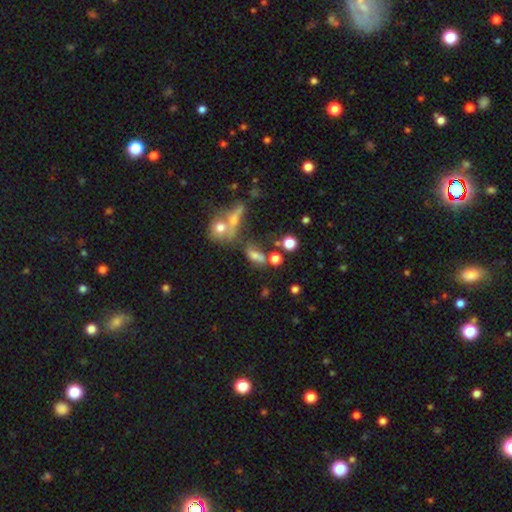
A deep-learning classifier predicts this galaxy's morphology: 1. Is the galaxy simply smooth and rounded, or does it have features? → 61% smooth, 20% featured or disk, 18% star or artifact.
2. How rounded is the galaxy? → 66% in between, 18% round, 15% cigar-shaped.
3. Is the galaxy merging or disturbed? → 34% none, 33% merger, 17% minor disturbance, 16% major disturbance.